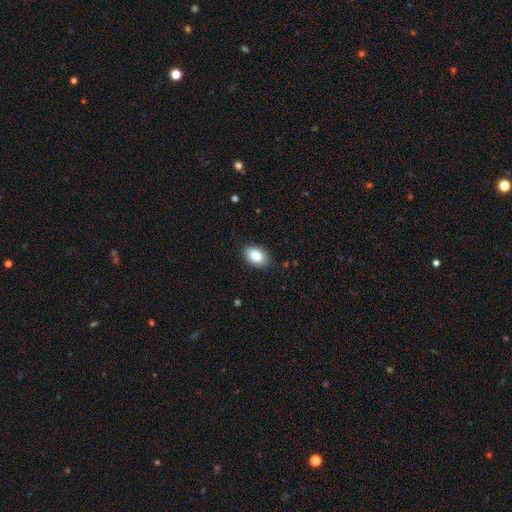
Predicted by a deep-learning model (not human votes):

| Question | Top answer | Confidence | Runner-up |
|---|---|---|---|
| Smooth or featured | smooth | 85% | star or artifact (8%) |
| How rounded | in between | 88% | round (11%) |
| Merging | none | 88% | minor disturbance (9%) |